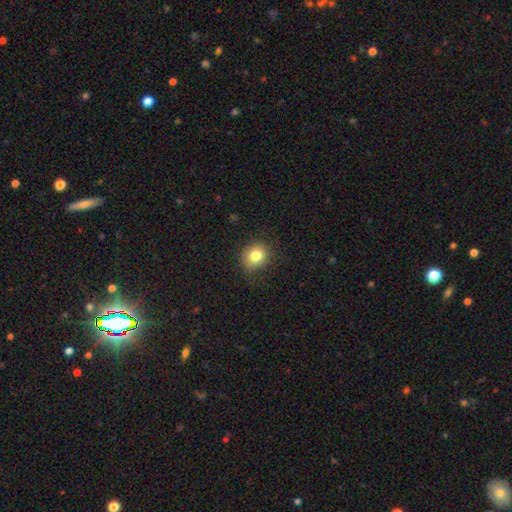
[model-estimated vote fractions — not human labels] Overall: smooth (82%). How rounded: round (76%). Merging: none (82%).